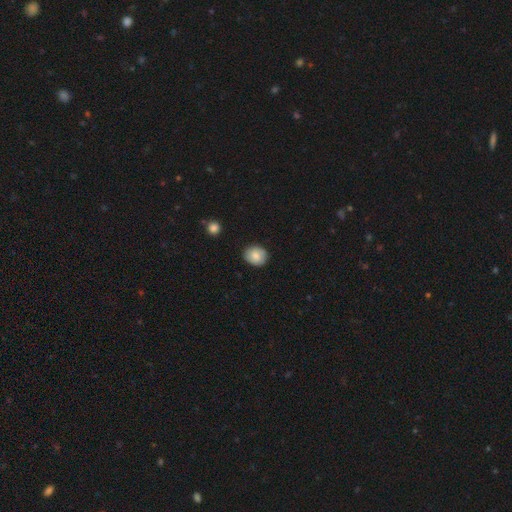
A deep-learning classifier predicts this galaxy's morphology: smooth 80%, featured or disk 12%, star or artifact 8%. Down the decision tree: how rounded — round (69%); merging — none (86%).